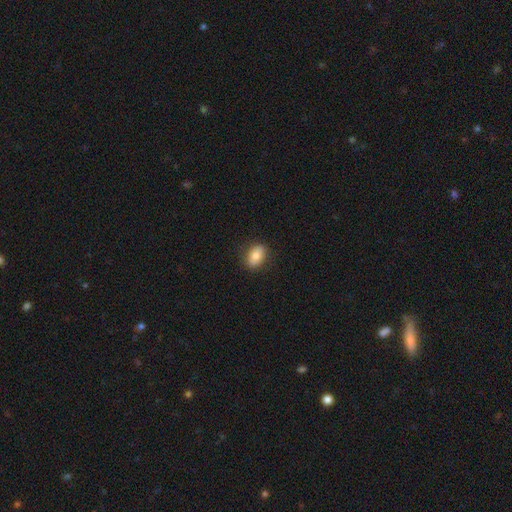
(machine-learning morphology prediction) Smooth or featured? smooth (79%)
How rounded? in between (83%)
Merging? none (86%)